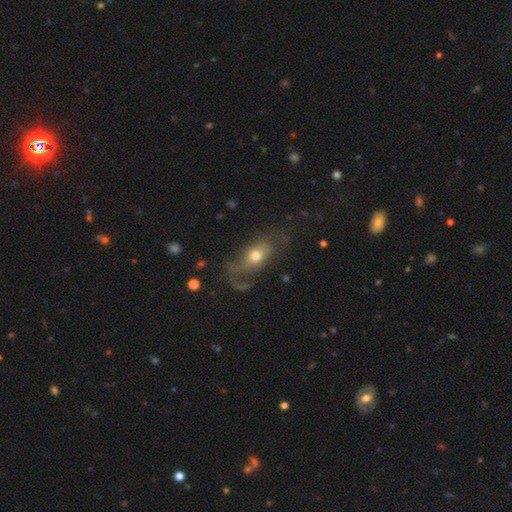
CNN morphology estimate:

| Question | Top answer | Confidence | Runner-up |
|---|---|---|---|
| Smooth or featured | smooth | 52% | featured or disk (38%) |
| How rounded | in between | 79% | round (12%) |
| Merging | none | 40% | major disturbance (35%) |